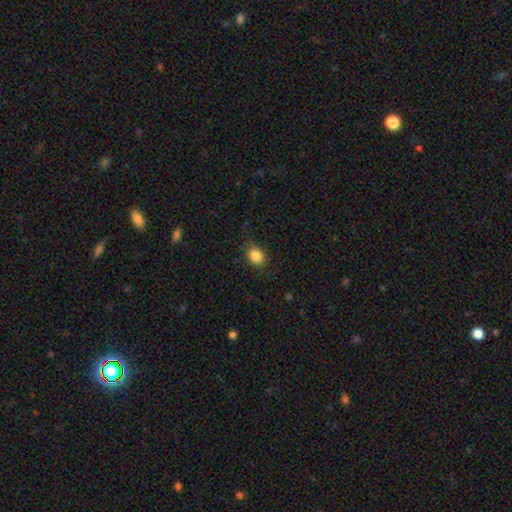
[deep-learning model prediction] The model was most divided on "how rounded": in between: 53%, round: 46%, cigar-shaped: 1%. More confident: smooth or featured — smooth (86%); merging — none (84%).